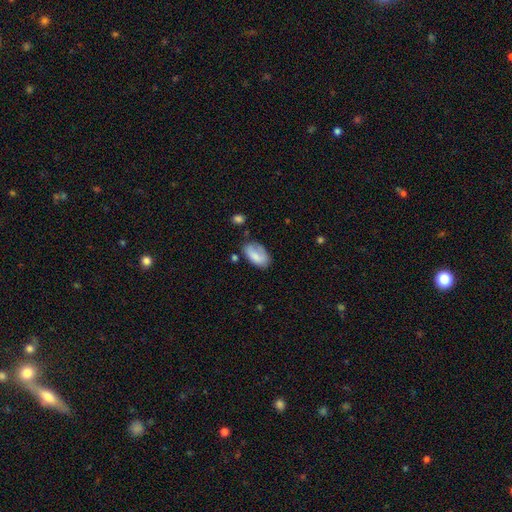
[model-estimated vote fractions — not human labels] Overall: smooth (76%). How rounded: in between (93%). Merging: none (56%; minor disturbance 28%).